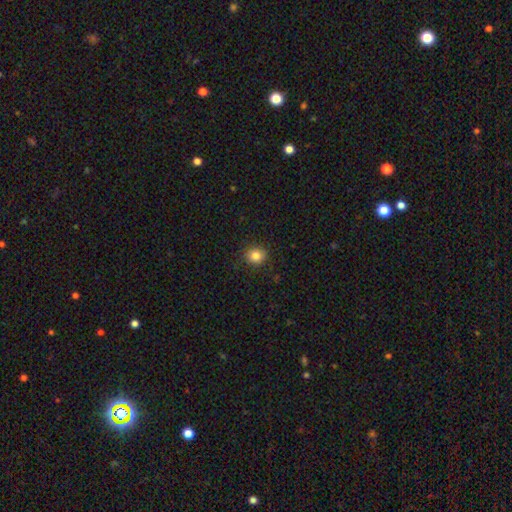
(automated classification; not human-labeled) A smooth galaxy with no disk features (84%) that is round (78%). Merging: none (89%).